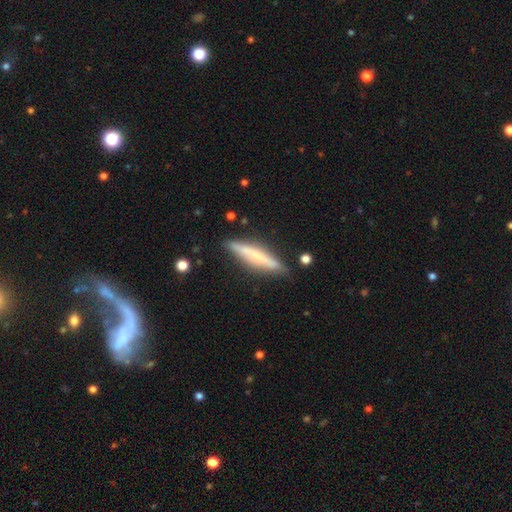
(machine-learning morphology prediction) This is possibly a featured or disk galaxy (50%). It is clearly viewed edge-on (93%). Merging: clearly none (83%).